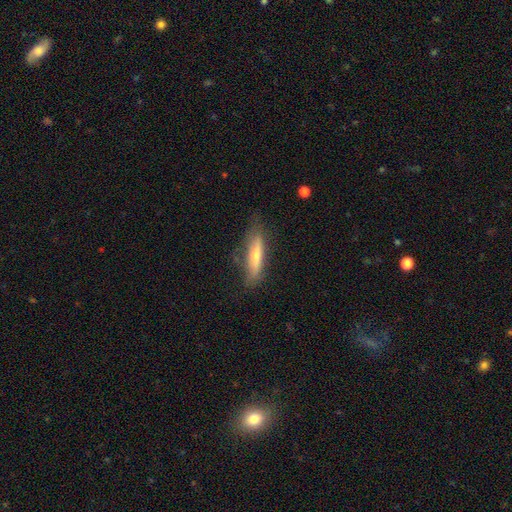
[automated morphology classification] This appears to be a smooth galaxy with no disk features (48%). Merging: none (72%).